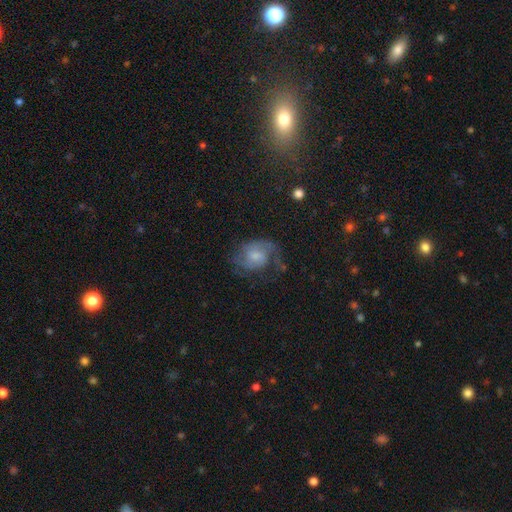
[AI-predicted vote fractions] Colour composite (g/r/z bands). It shows a featured or disk galaxy (62%) with no bar (56%), 2 (60%) medium (47%) spiral arms (86%) and a moderate central bulge (40%). Merging: none (49%).